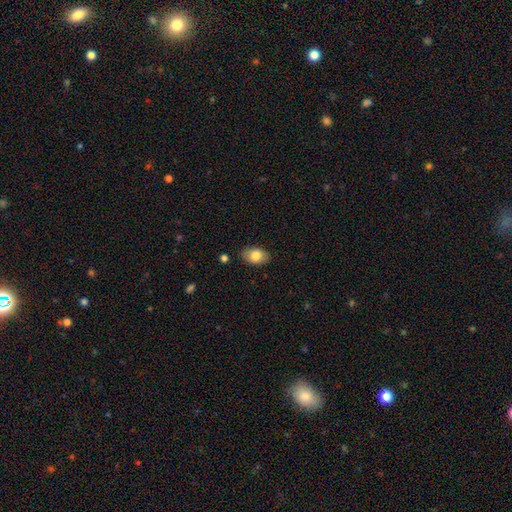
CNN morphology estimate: Smooth or featured? smooth (80%)
How rounded? in between (88%)
Merging? none (84%)